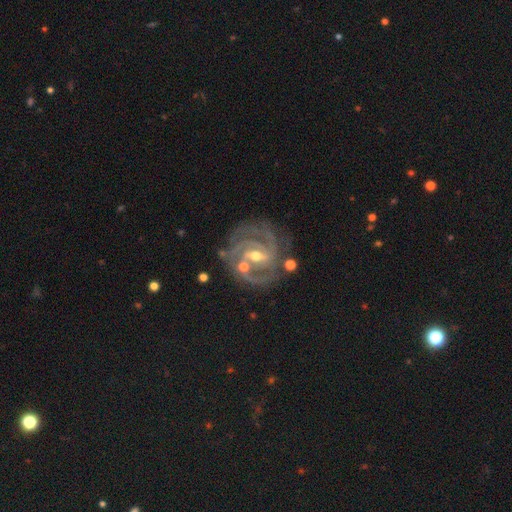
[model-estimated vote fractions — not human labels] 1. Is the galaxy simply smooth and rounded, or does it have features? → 88% featured or disk, 7% star or artifact, 4% smooth.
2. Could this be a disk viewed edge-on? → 97% no, 3% yes.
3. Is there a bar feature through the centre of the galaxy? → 44% weak, 39% strong, 17% no.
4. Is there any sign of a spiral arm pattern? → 97% yes, 3% no.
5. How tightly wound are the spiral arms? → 60% tight, 35% medium, 5% loose.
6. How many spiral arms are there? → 39% 2, 30% 3, 13% can't tell, 9% 4, 5% more than 4, 5% 1.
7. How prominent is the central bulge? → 51% small, 45% moderate, 2% large, 1% none, 1% dominant.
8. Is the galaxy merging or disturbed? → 71% none, 15% minor disturbance, 7% merger, 6% major disturbance.